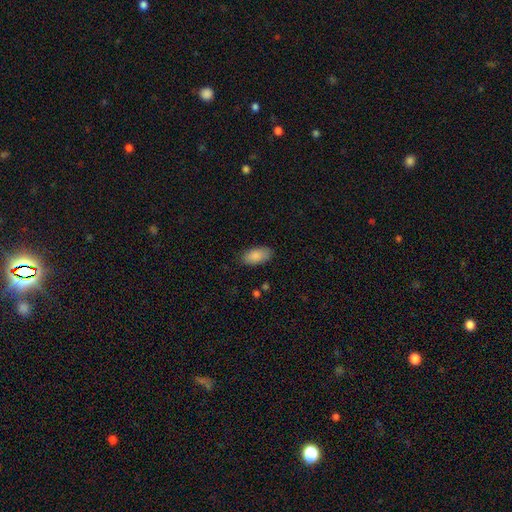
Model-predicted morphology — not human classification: This appears to be a smooth galaxy with no disk features (87%) that is in between round and cigar-shaped (93%). Merging: none (84%).